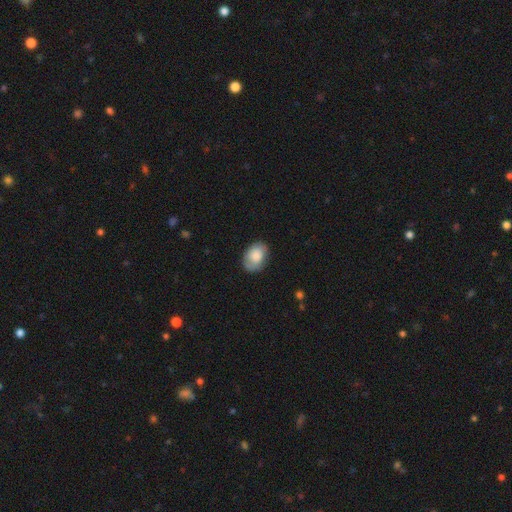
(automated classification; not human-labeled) Smooth or featured? Predicted: smooth (p=0.75). How rounded? Predicted: in between (p=0.83). Merging? Predicted: none (p=0.72).